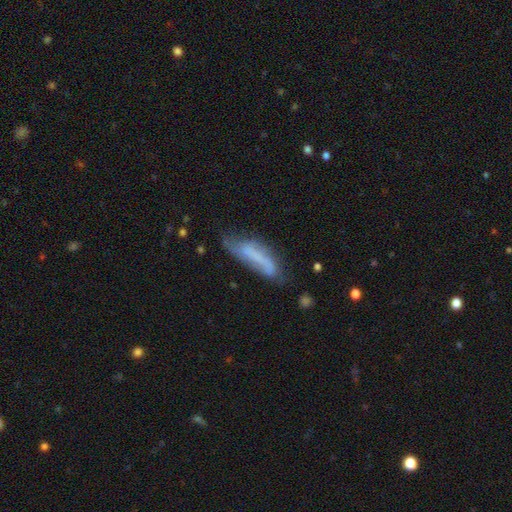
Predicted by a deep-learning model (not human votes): This appears to be a smooth galaxy with no disk features (48%). Merging: none (48%).